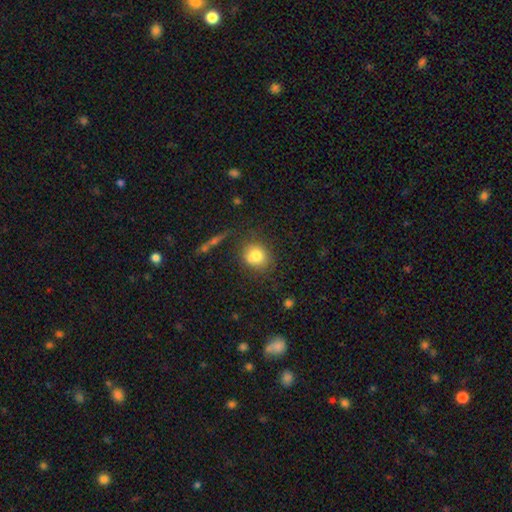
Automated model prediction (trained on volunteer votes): smooth_or_featured: smooth (p=0.77) [alt: featured or disk p=0.11]
how_rounded: round (p=0.76) [alt: in between p=0.23]
merging: none (p=0.66) [alt: minor disturbance p=0.16]